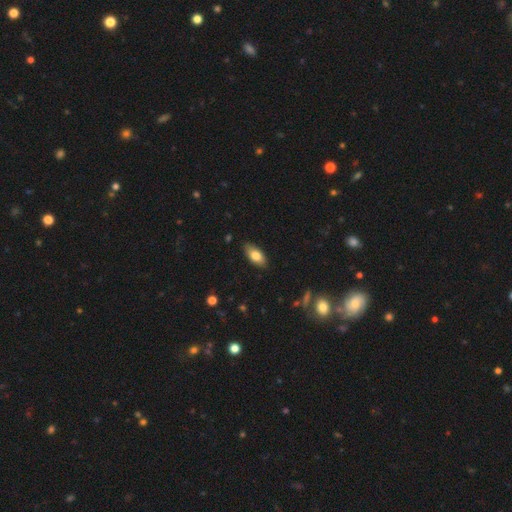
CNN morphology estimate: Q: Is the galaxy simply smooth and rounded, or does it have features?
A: smooth — 79%.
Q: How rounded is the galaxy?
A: in between — 89%.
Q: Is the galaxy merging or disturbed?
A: none — 84%.